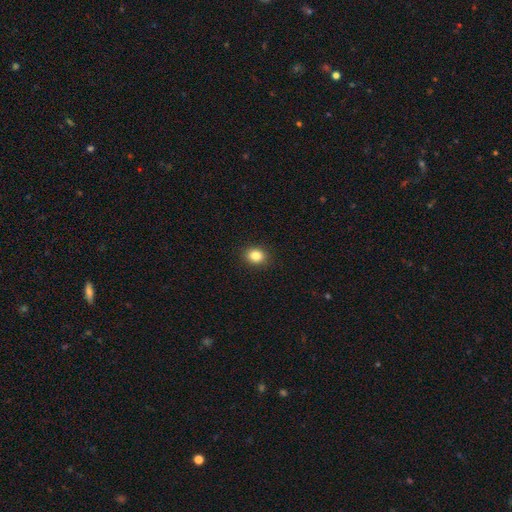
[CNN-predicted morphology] Smooth or featured? smooth (84%)
How rounded? round (52%)
Merging? none (90%)